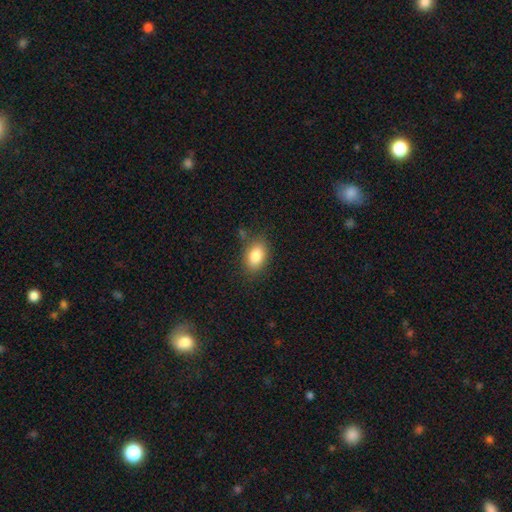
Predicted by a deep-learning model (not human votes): Smooth or featured: smooth — 85% (star or artifact — 8%)
How rounded: in between — 86% (round — 13%)
Merging: none — 80% (minor disturbance — 14%)